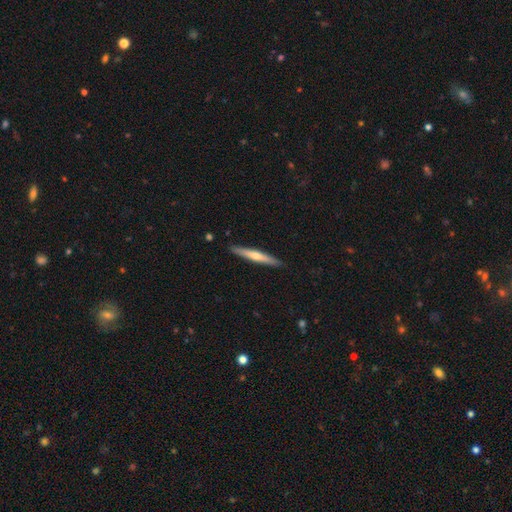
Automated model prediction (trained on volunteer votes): smooth 52%, featured or disk 43%, star or artifact 5%. Down the decision tree: how rounded — cigar-shaped (95%); merging — none (90%).